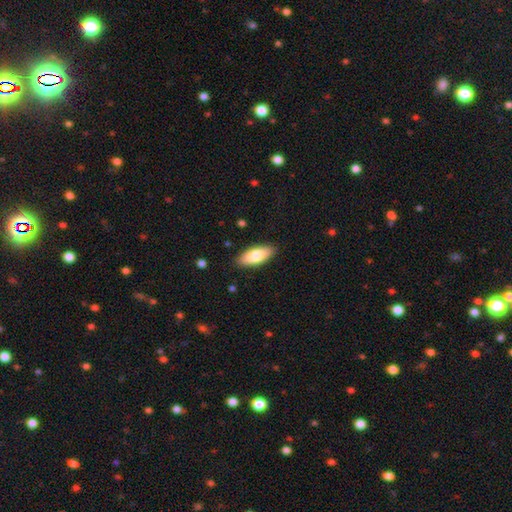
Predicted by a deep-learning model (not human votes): Smooth or featured? smooth (77%)
How rounded? in between (80%)
Merging? none (88%)